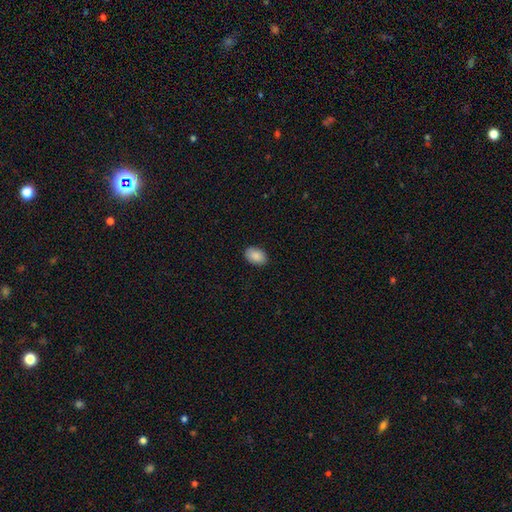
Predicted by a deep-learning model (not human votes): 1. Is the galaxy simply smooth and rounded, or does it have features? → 89% smooth, 7% star or artifact, 4% featured or disk.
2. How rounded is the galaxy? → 87% in between, 12% round, 1% cigar-shaped.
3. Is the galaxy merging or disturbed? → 88% none, 9% minor disturbance, 2% major disturbance, 1% merger.